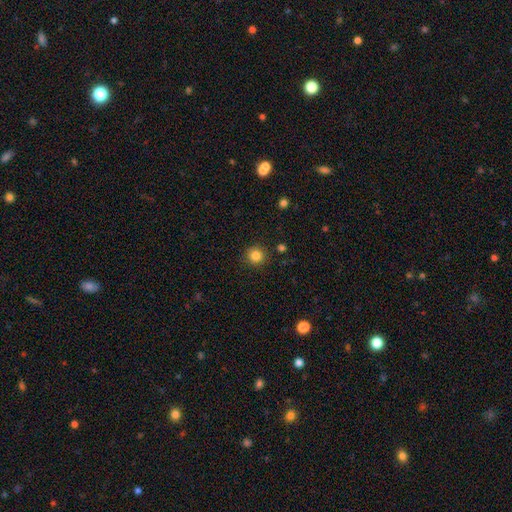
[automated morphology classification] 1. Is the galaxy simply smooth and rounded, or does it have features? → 84% smooth, 11% star or artifact, 5% featured or disk.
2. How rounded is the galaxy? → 93% round, 6% in between, 1% cigar-shaped.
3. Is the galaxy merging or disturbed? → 90% none, 6% minor disturbance, 2% major disturbance, 2% merger.